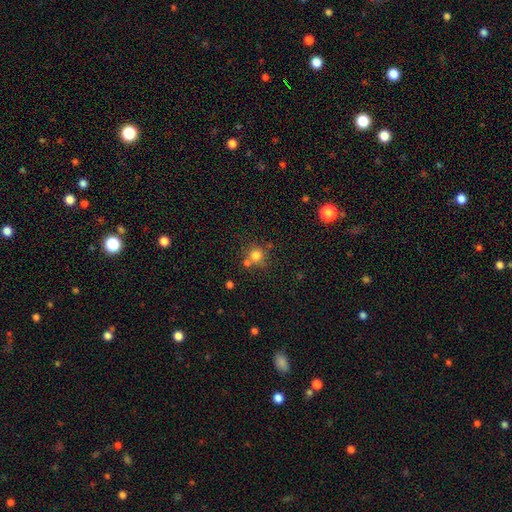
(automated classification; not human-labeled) Q: Smooth or featured?
A: smooth (77%); runner-up: star or artifact (14%)
Q: How rounded?
A: round (89%); runner-up: in between (10%)
Q: Merging?
A: none (62%); runner-up: merger (25%)